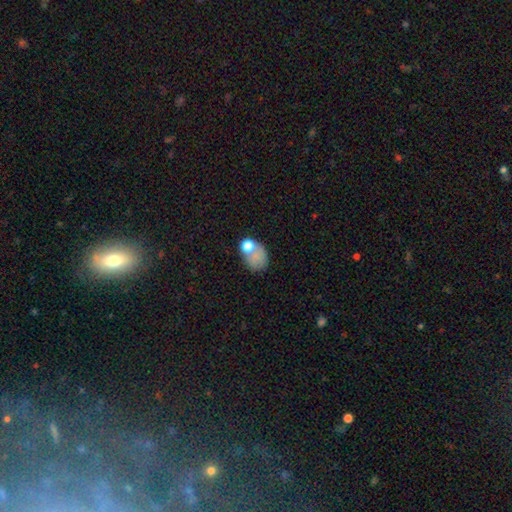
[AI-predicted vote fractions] This is likely a smooth galaxy (73%). How rounded: possibly in between (56%). Merging: marginally none (41%).